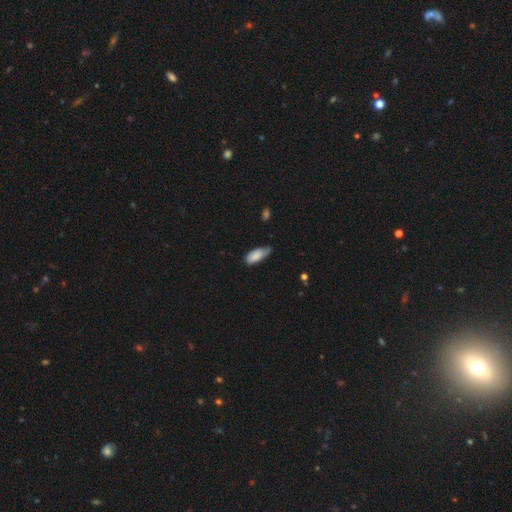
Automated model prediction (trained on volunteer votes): This is clearly a smooth galaxy (83%). How rounded: clearly in between (82%). Merging: marginally minor disturbance (45%).